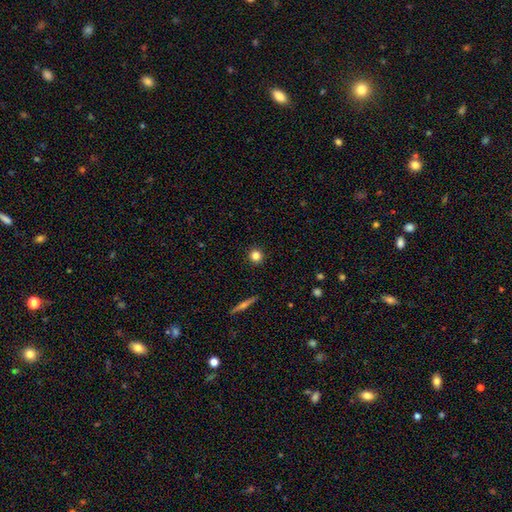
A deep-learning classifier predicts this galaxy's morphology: type=smooth (81%); roundness=round (94%); merging=none (92%).